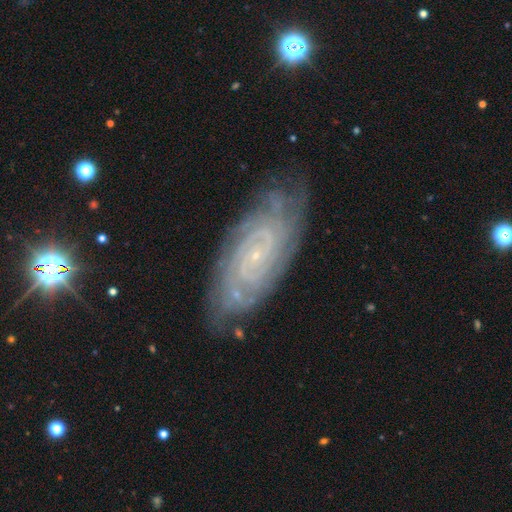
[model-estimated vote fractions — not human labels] Q: Smooth or featured?
A: featured or disk (86%); runner-up: smooth (7%)
Q: Edge-on disk?
A: no (94%); runner-up: yes (6%)
Q: Bar?
A: no (66%); runner-up: weak (26%)
Q: Spiral arms?
A: yes (97%); runner-up: no (3%)
Q: Spiral winding?
A: tight (79%); runner-up: medium (18%)
Q: Spiral arm count?
A: can't tell (35%); runner-up: 4 (17%)
Q: Bulge size?
A: small (88%); runner-up: moderate (7%)
Q: Merging?
A: none (78%); runner-up: minor disturbance (16%)